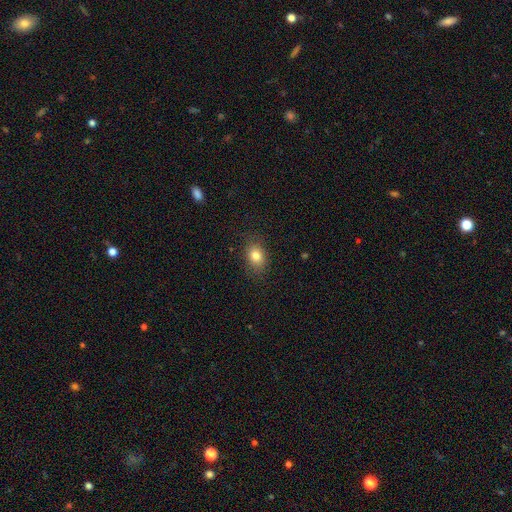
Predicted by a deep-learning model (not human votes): Overall: smooth (81%). How rounded: in between (69%; round 30%). Merging: none (83%).